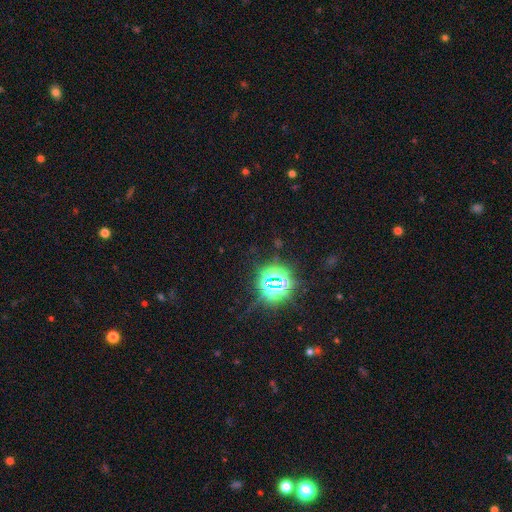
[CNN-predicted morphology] smooth-or-featured: star or artifact: 80% | smooth: 13% | featured or disk: 7%